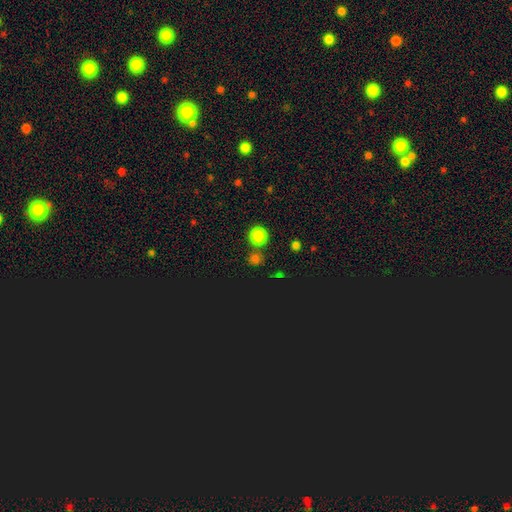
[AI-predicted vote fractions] A star or artifact, not a galaxy (60%).